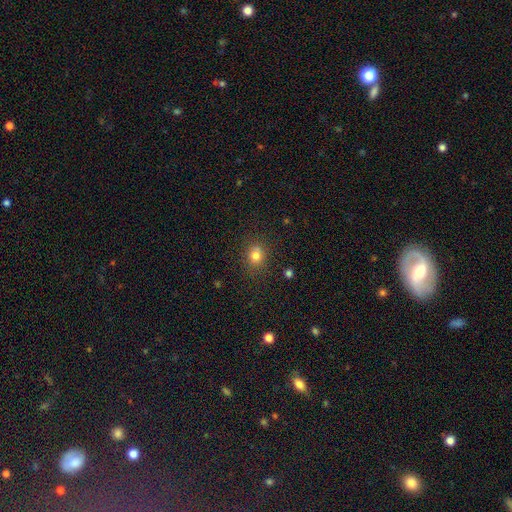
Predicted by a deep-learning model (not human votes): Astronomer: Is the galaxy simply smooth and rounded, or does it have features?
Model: smooth — 78%.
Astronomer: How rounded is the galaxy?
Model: round — 66%.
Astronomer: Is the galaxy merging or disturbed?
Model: none — 75%.